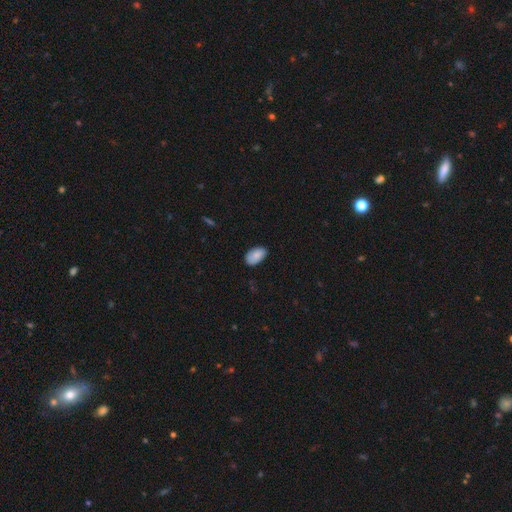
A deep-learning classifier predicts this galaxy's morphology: type=smooth (86%); roundness=in between (94%); merging=none (81%).